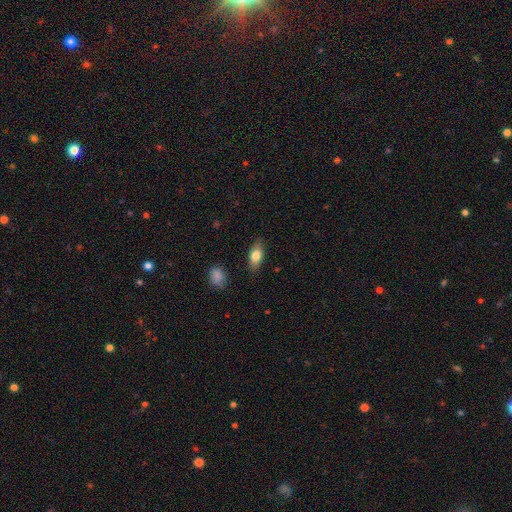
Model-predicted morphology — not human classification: Smooth or featured? Predicted: smooth (p=0.77). How rounded? Predicted: in between (p=0.83). Merging? Predicted: none (p=0.84).